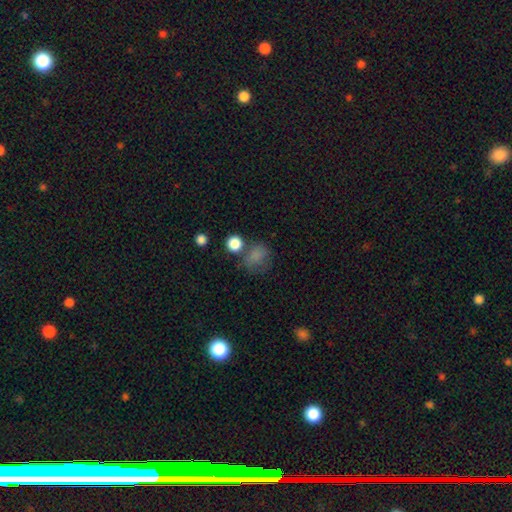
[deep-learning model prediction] The model was most divided on "merging": none: 54%, minor disturbance: 20%, major disturbance: 13%, merger: 13%. More confident: smooth or featured — smooth (78%); how rounded — round (71%).